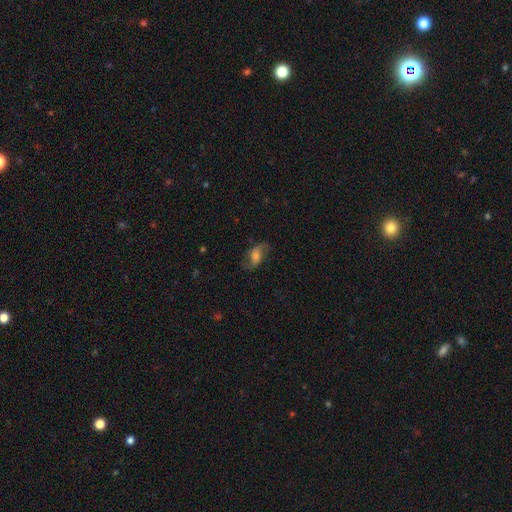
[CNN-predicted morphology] A smooth galaxy with no disk features (45%, tied with featured or disk). Merging: none (69%).